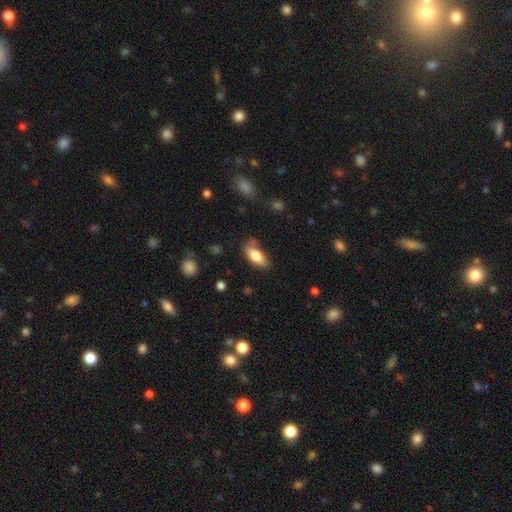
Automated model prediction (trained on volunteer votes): This appears to be a smooth galaxy with no disk features (80%) that is in between round and cigar-shaped (85%). Merging: none (65%).